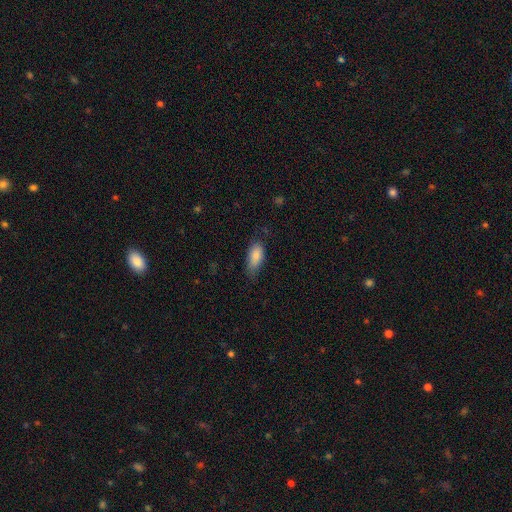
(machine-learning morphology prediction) smooth_or_featured: smooth (p=0.86) [alt: featured or disk p=0.07]
how_rounded: in between (p=0.85) [alt: cigar-shaped p=0.13]
merging: none (p=0.64) [alt: minor disturbance p=0.27]